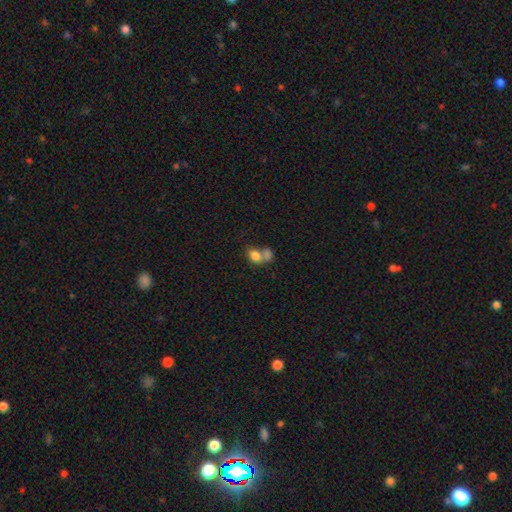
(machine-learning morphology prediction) A smooth galaxy with no disk features (79%) that is in between round and cigar-shaped (64%). Merging: merger (64%).